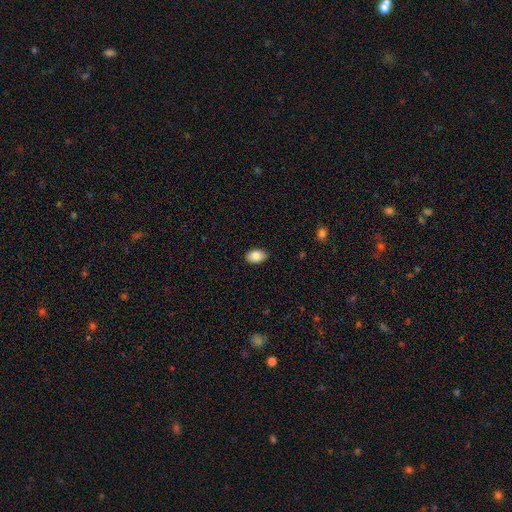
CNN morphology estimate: The model was most divided on "smooth or featured": smooth: 86%, star or artifact: 7%, featured or disk: 7%. More confident: how rounded — in between (89%); merging — none (89%).